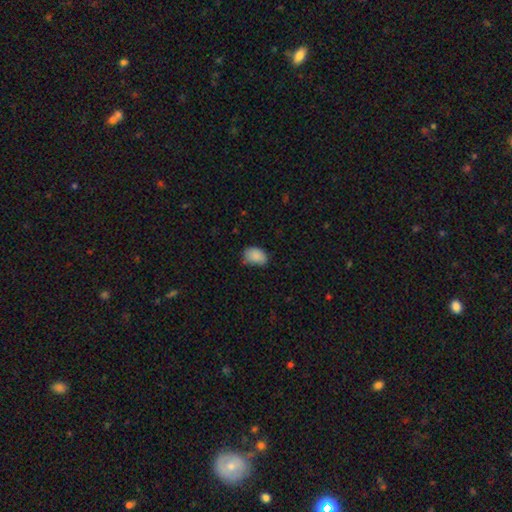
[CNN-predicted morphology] This is clearly a smooth galaxy (87%). How rounded: clearly in between (82%). Merging: possibly none (59%).